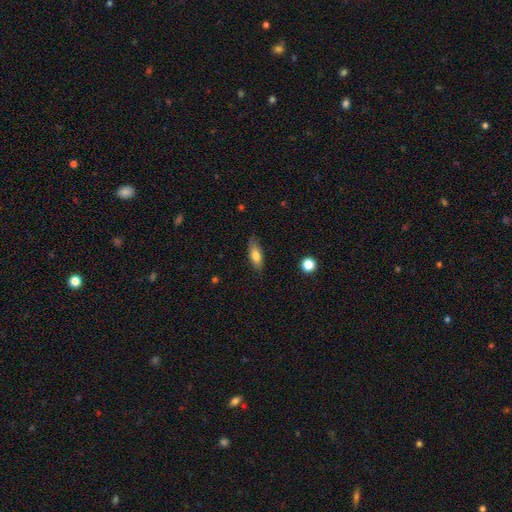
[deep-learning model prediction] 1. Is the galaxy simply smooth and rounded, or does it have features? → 74% smooth, 19% featured or disk, 7% star or artifact.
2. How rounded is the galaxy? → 69% in between, 28% cigar-shaped, 3% round.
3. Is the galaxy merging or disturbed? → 81% none, 15% minor disturbance, 3% major disturbance, 1% merger.